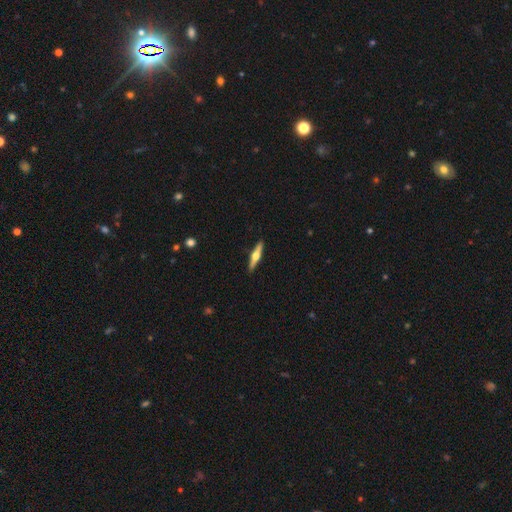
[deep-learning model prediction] Smooth or featured?
  - featured or disk: 68% *
  - smooth: 27%
  - star or artifact: 5%
Edge-on disk?
  - yes: 97% *
  - no: 3%
Edge-on bulge?
  - rounded: 95% *
  - boxy: 3%
  - none: 2%
Merging?
  - none: 91% *
  - minor disturbance: 6%
  - major disturbance: 1%
  - merger: 1%